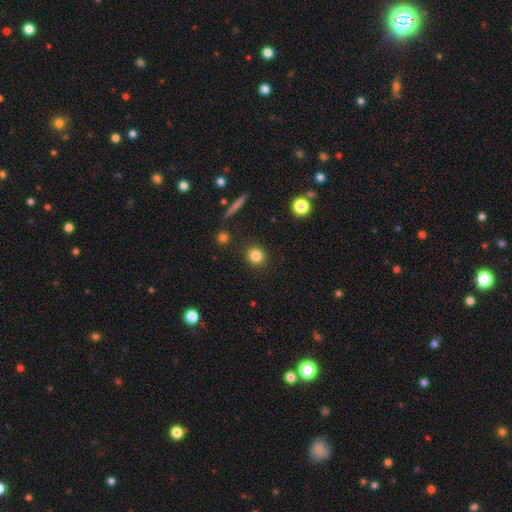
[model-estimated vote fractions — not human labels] Smooth or featured? smooth (82%)
How rounded? round (87%)
Merging? none (91%)